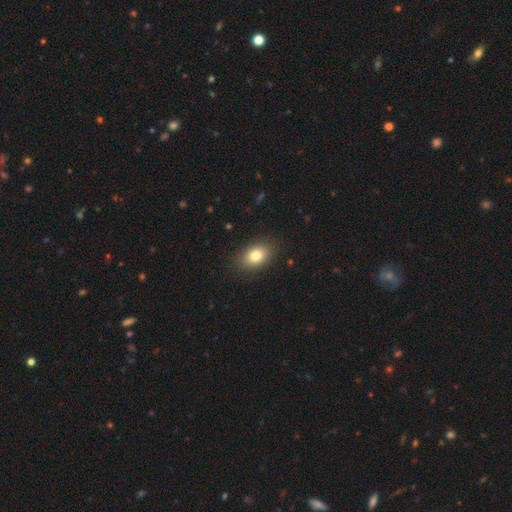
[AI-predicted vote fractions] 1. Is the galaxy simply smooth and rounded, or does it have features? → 80% smooth, 10% featured or disk, 9% star or artifact.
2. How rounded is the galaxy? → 82% in between, 16% round, 2% cigar-shaped.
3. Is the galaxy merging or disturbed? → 87% none, 9% minor disturbance, 3% major disturbance, 1% merger.